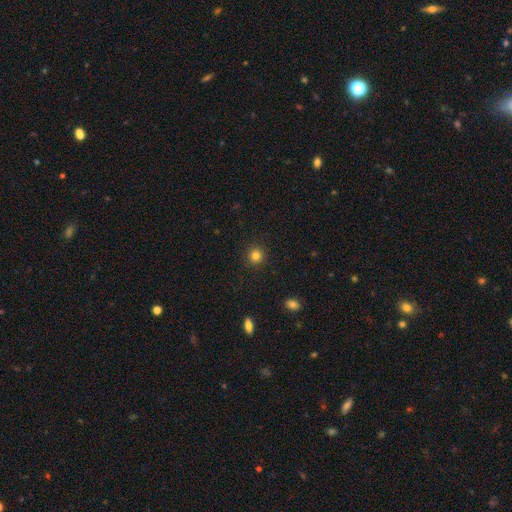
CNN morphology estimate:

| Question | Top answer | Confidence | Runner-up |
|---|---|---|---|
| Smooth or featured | smooth | 82% | star or artifact (13%) |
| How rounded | round | 93% | in between (6%) |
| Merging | none | 92% | minor disturbance (5%) |